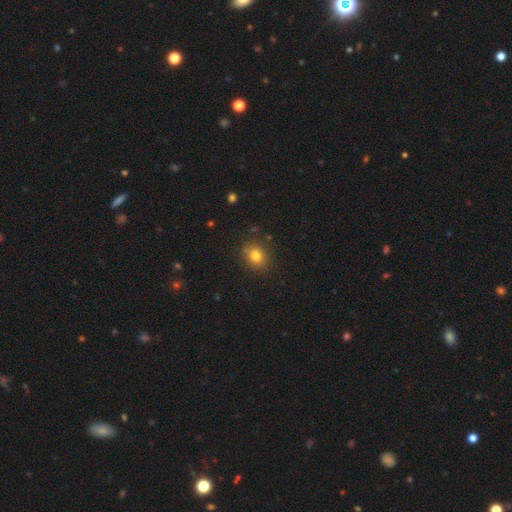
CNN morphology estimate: Smooth or featured?
  - smooth: 80% *
  - star or artifact: 13%
  - featured or disk: 8%
How rounded?
  - round: 73% *
  - in between: 26%
  - cigar-shaped: 1%
Merging?
  - none: 85% *
  - minor disturbance: 10%
  - major disturbance: 3%
  - merger: 2%